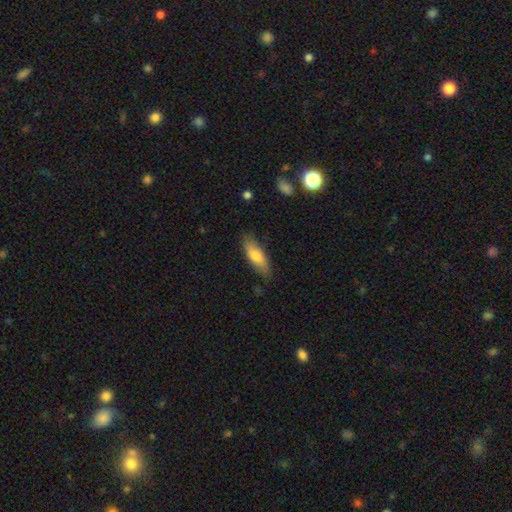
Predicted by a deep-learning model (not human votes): Overall: smooth (74%). How rounded: in between (57%; cigar-shaped 41%). Merging: none (82%).